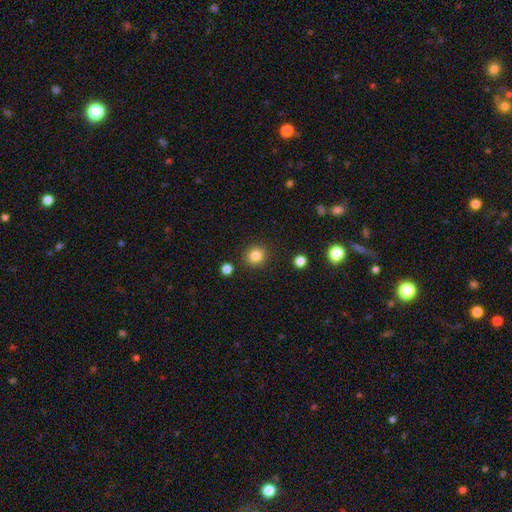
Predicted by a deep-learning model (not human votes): A smooth galaxy with no disk features (84%) that is round (90%). Merging: none (89%).